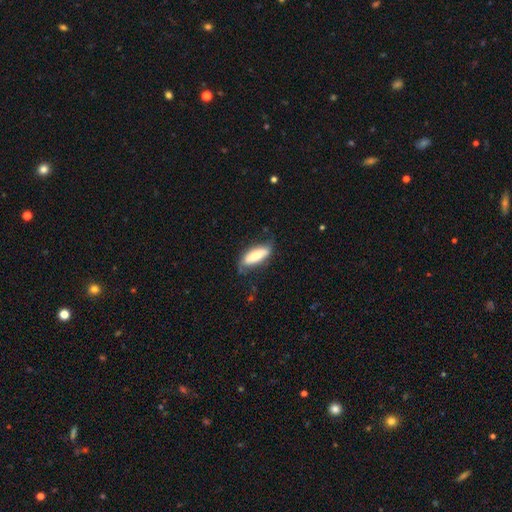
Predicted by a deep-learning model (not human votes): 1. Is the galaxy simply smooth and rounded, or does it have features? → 70% smooth, 24% featured or disk, 6% star or artifact.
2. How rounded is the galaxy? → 64% in between, 34% cigar-shaped, 2% round.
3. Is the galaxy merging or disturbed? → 64% none, 27% minor disturbance, 7% major disturbance, 2% merger.